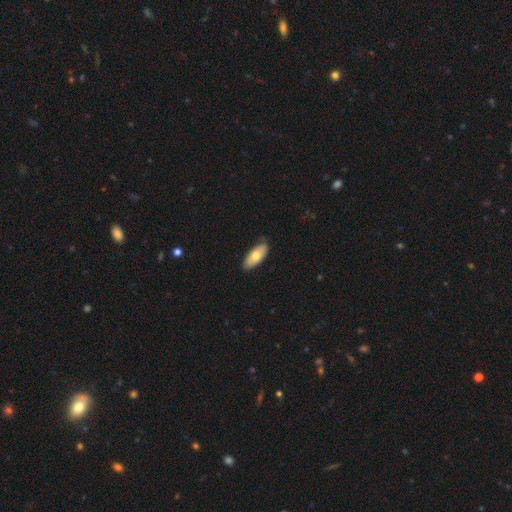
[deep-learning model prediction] smooth_or_featured: smooth (p=0.71) [alt: featured or disk p=0.23]
how_rounded: in between (p=0.87) [alt: cigar-shaped p=0.11]
merging: none (p=0.81) [alt: minor disturbance p=0.16]